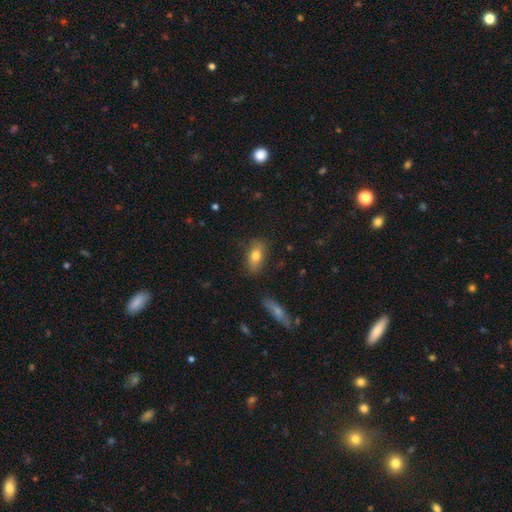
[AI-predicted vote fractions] Smooth or featured? smooth (76%)
How rounded? in between (83%)
Merging? none (80%)